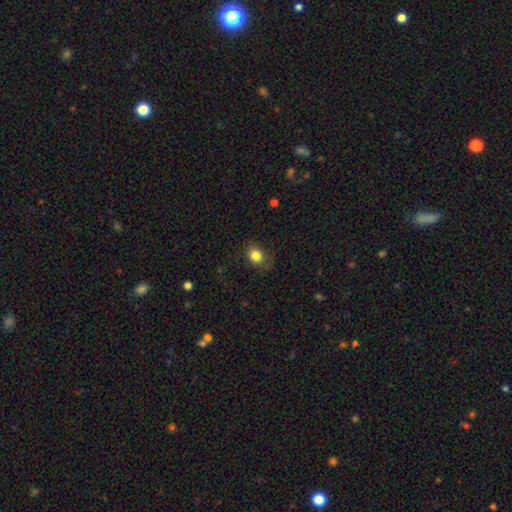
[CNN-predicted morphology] This appears to be a smooth galaxy with no disk features (83%) that is round (57%). Merging: none (68%).